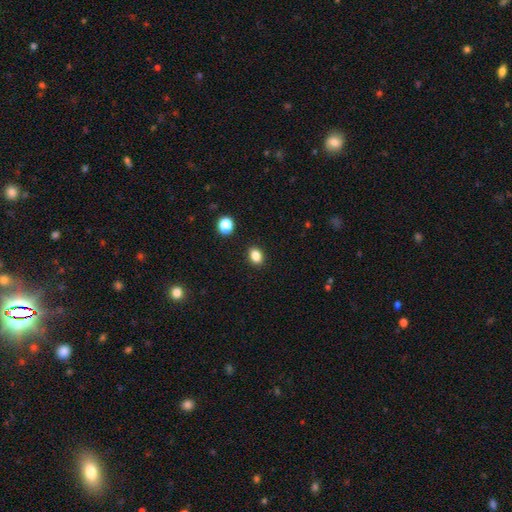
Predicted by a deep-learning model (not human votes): Smooth or featured?
  - smooth: 84% *
  - star or artifact: 11%
  - featured or disk: 5%
How rounded?
  - in between: 66% *
  - round: 33%
  - cigar-shaped: 1%
Merging?
  - none: 89% *
  - minor disturbance: 7%
  - major disturbance: 2%
  - merger: 2%